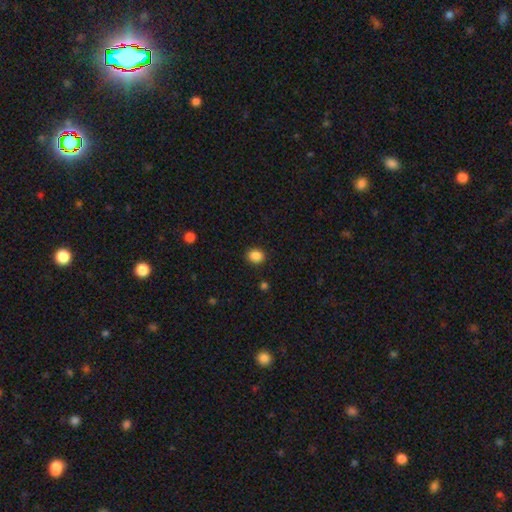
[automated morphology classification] Smooth or featured?
  - smooth: 87% *
  - star or artifact: 10%
  - featured or disk: 3%
How rounded?
  - round: 60% *
  - in between: 39%
  - cigar-shaped: 1%
Merging?
  - none: 89% *
  - minor disturbance: 7%
  - major disturbance: 2%
  - merger: 1%